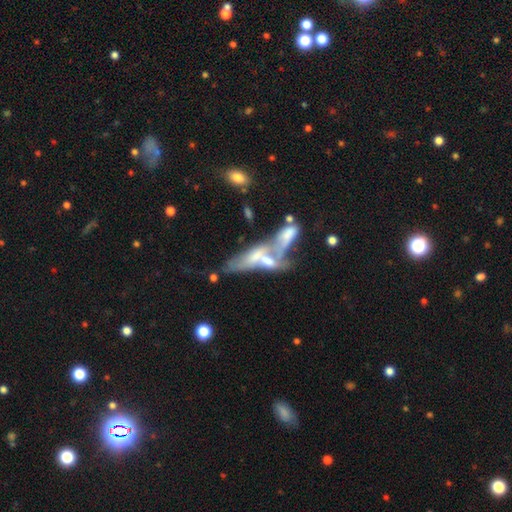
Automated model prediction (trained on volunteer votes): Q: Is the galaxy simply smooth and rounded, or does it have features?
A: featured or disk — 47%.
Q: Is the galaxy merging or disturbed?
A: merger — 74%.